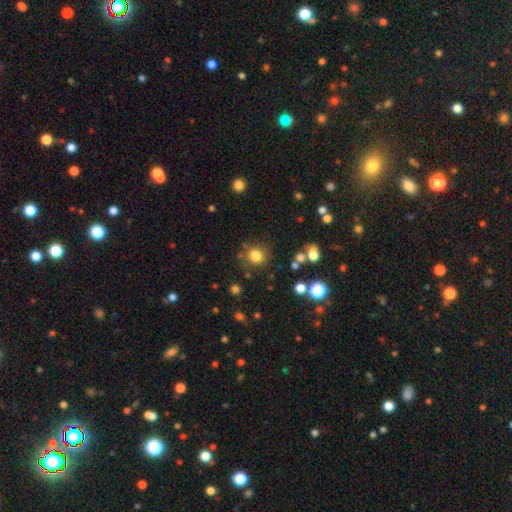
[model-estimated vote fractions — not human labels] Morphology: type=smooth (80%); roundness=round (83%); merging=none (76%).